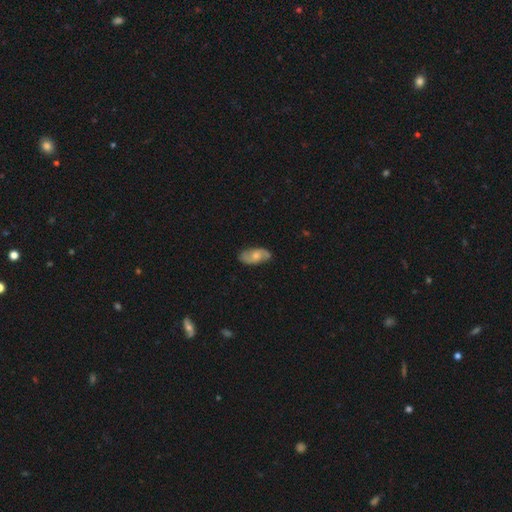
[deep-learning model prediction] Overall: featured or disk (56%; smooth 38%). Edge-on disk: no (92%). Bar: no (67%; weak 29%). Spiral arms: yes (83%). Bulge size: moderate (56%; small 27%). Merging: none (78%).